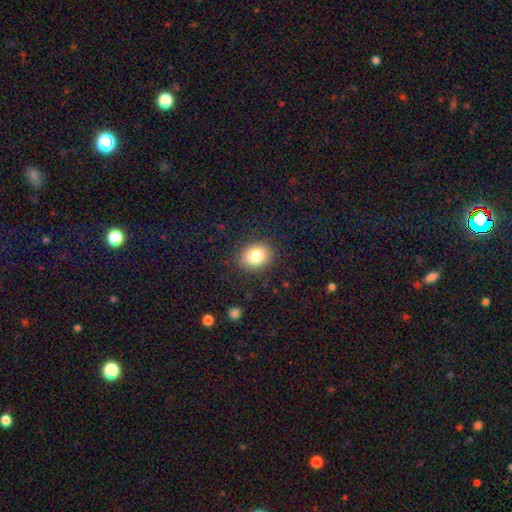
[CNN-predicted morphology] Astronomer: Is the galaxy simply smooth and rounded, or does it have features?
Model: smooth — 83%.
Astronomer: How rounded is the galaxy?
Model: in between — 51% (runner-up: round, 48%).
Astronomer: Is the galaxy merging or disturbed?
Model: none — 87%.